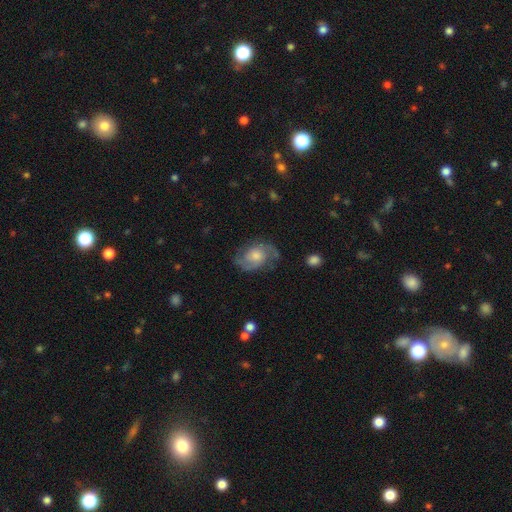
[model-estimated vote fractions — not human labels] Morphology: type=featured or disk (81%); edge-on=no (97%); bar=no (68%); spiral arms=yes (95%); winding=medium (50%); arm count=2 (86%); bulge=moderate (53%); merging=none (76%).